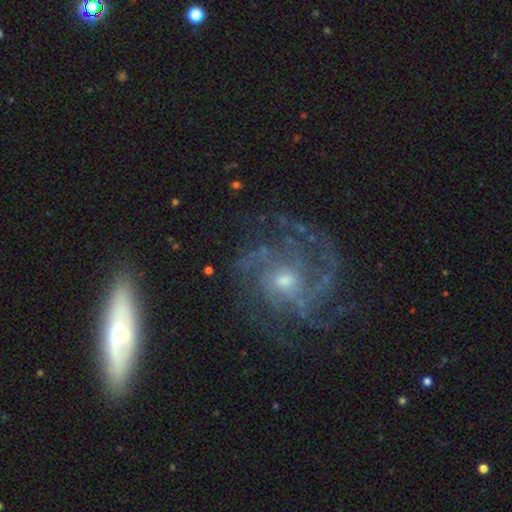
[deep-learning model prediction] This is clearly a featured or disk galaxy (87%). It is clearly not viewed edge-on (95%). Bar: likely no (68%). Spiral arm pattern: clearly yes (96%). Spiral arm count: marginally 3 (32%). Spiral winding: possibly tight (51%). Central bulge: possibly small (48%). Merging: likely none (71%).